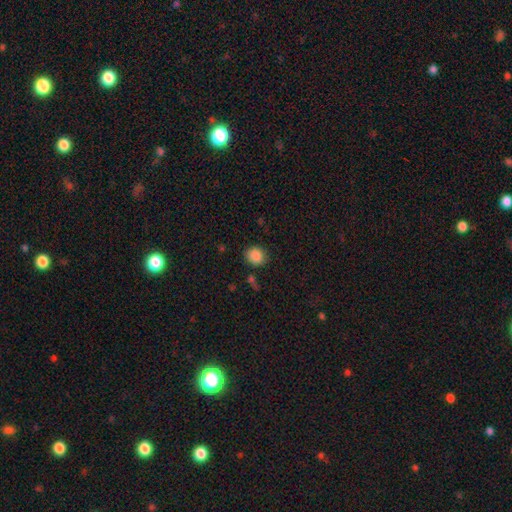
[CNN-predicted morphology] type=smooth (86%); roundness=round (72%); merging=none (82%).